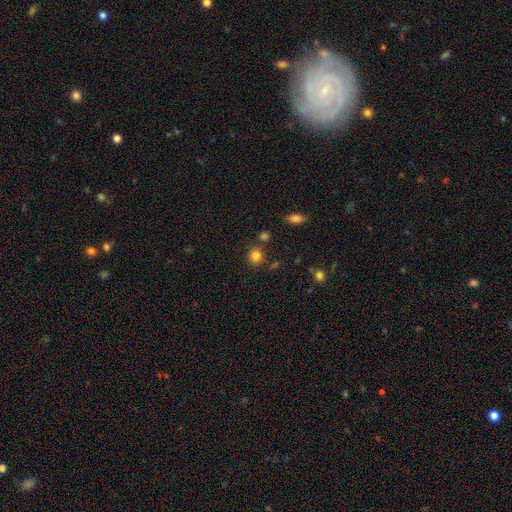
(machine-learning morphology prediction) type=smooth (83%); roundness=round (82%); merging=none (80%).